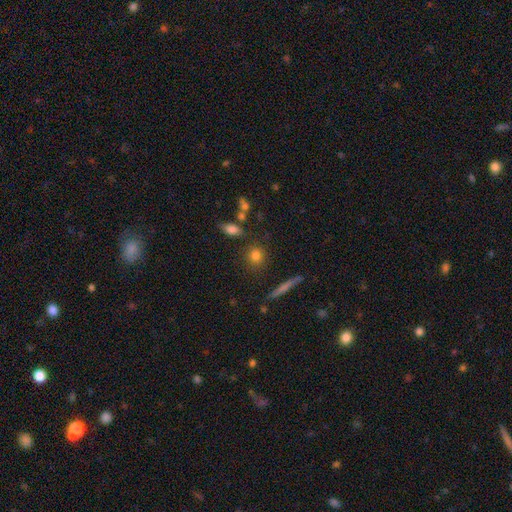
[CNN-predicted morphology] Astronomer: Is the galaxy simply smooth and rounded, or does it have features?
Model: smooth — 80%.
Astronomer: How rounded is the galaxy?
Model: round — 76%.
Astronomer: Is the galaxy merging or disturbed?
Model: none — 81%.